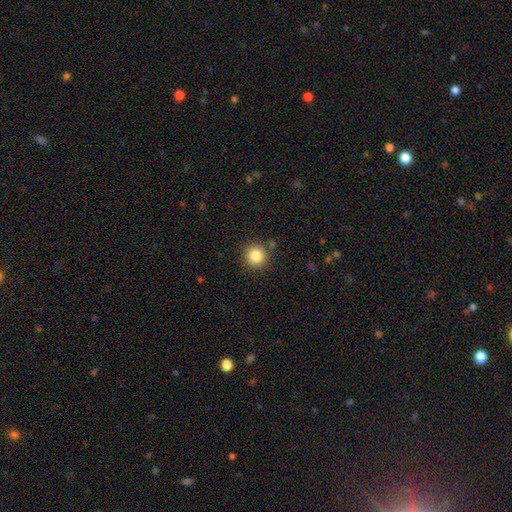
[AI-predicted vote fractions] Smooth or featured?
  - smooth: 85% *
  - star or artifact: 11%
  - featured or disk: 5%
How rounded?
  - round: 95% *
  - in between: 4%
  - cigar-shaped: 1%
Merging?
  - none: 88% *
  - minor disturbance: 7%
  - merger: 3%
  - major disturbance: 2%